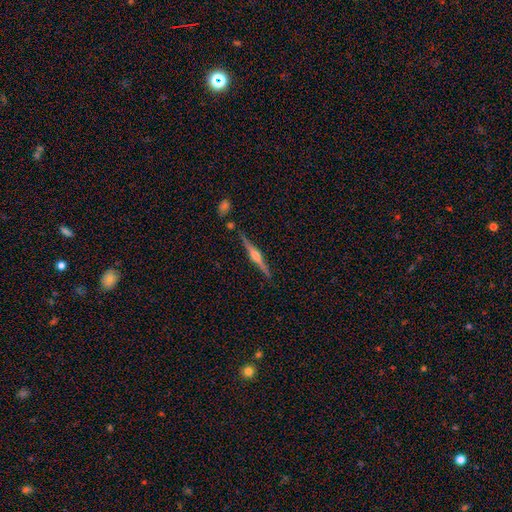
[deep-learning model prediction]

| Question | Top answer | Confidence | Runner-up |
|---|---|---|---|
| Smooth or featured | featured or disk | 83% | smooth (11%) |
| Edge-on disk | yes | 98% | no (2%) |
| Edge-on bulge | rounded | 93% | boxy (5%) |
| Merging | none | 88% | minor disturbance (8%) |